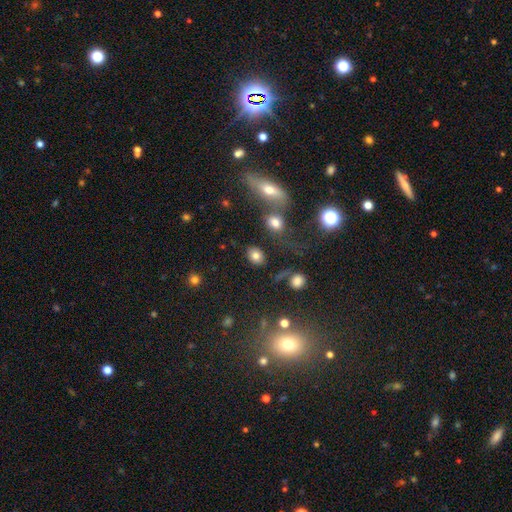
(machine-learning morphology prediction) A smooth galaxy with no disk features (79%) that is in between round and cigar-shaped (58%). Merging: none (78%).